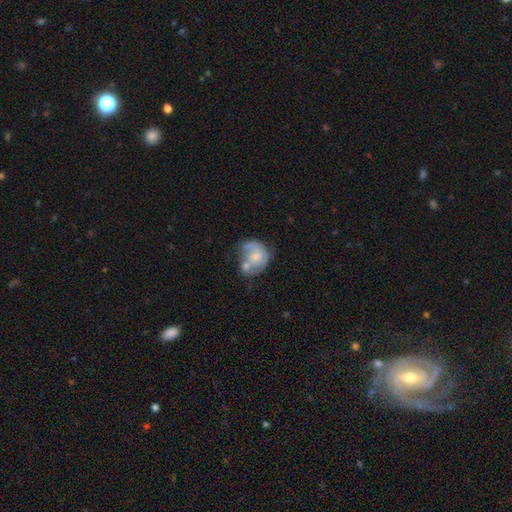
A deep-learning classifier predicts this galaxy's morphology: Overall: featured or disk (54%; smooth 39%). Edge-on disk: no (98%). Bar: no (75%). Spiral arms: yes (70%). Bulge size: moderate (38%; small 36%). Merging: merger (36%; none 27%).